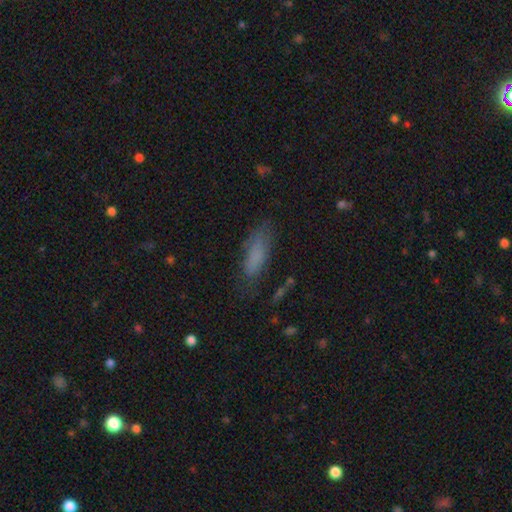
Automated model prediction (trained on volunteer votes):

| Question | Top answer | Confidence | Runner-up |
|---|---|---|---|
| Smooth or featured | smooth | 77% | featured or disk (13%) |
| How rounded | in between | 58% | cigar-shaped (40%) |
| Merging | none | 69% | minor disturbance (21%) |